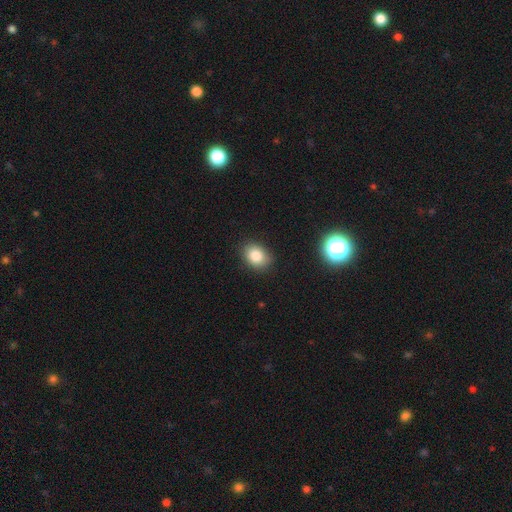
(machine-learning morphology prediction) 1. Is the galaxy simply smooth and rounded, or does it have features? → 83% smooth, 10% star or artifact, 7% featured or disk.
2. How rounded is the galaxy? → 65% in between, 34% round, 1% cigar-shaped.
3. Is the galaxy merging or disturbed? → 86% none, 11% minor disturbance, 2% major disturbance, 1% merger.